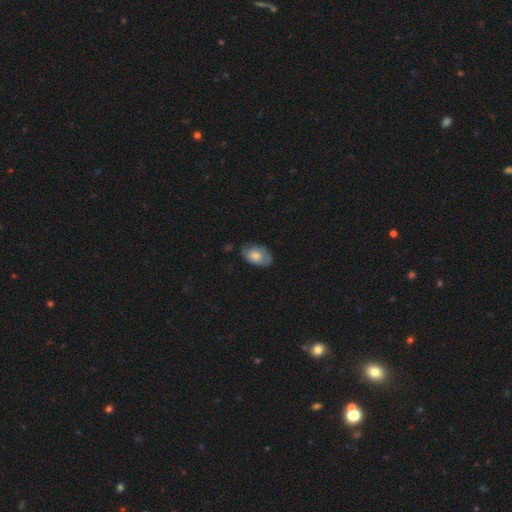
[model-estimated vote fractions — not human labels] A smooth galaxy with no disk features (70%) that is in between round and cigar-shaped (91%). Merging: none (64%).